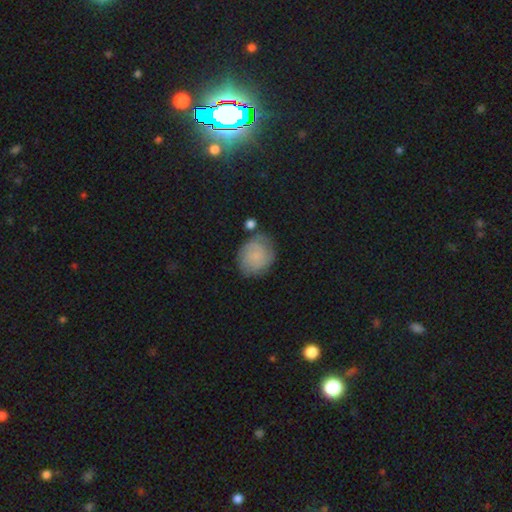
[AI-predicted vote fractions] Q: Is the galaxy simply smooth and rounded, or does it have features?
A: featured or disk — 47%.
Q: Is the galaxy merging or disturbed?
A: none — 68%.